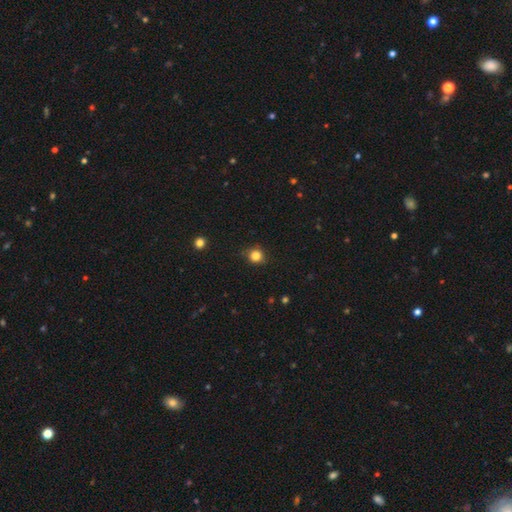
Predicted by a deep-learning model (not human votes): A smooth galaxy with no disk features (83%) that is round (91%).

Vote fractions:
- Smooth or featured? smooth: 83% / star or artifact: 12% / featured or disk: 4%
- How rounded? round: 91% / in between: 9% / cigar-shaped: 1%
- Merging? none: 86% / minor disturbance: 11% / major disturbance: 2% / merger: 1%